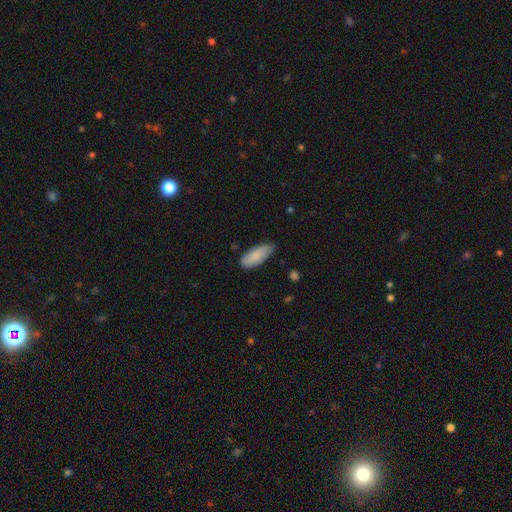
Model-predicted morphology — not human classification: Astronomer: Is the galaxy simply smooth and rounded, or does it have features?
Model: smooth — 86%.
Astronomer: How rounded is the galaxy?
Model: in between — 81%.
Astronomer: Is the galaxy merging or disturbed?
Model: none — 78%.